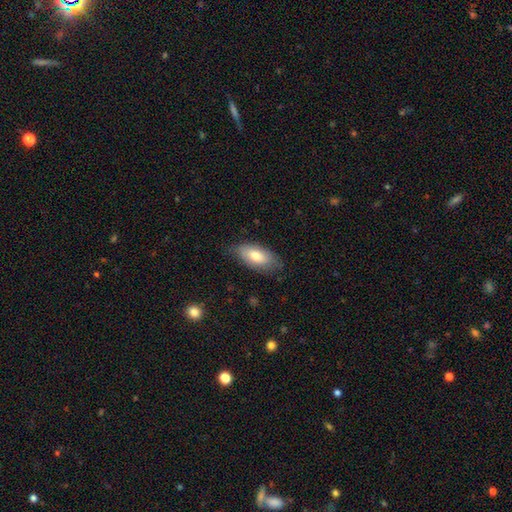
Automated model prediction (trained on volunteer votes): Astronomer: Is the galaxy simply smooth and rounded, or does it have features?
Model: smooth — 74%.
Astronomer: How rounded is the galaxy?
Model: in between — 89%.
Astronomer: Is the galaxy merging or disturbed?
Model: none — 75%.